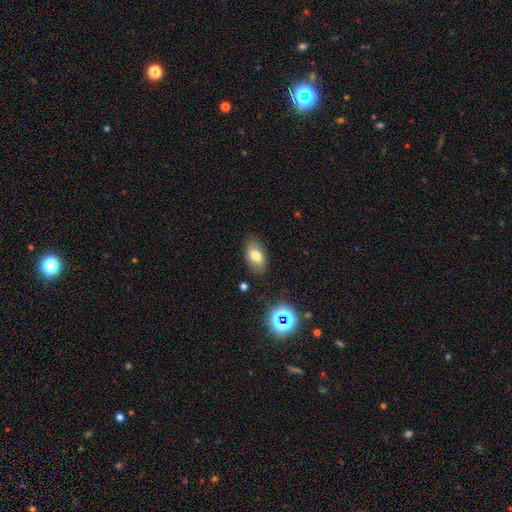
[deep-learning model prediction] The model was most divided on "smooth or featured": smooth: 72%, featured or disk: 17%, star or artifact: 11%. More confident: how rounded — in between (91%); merging — none (83%).